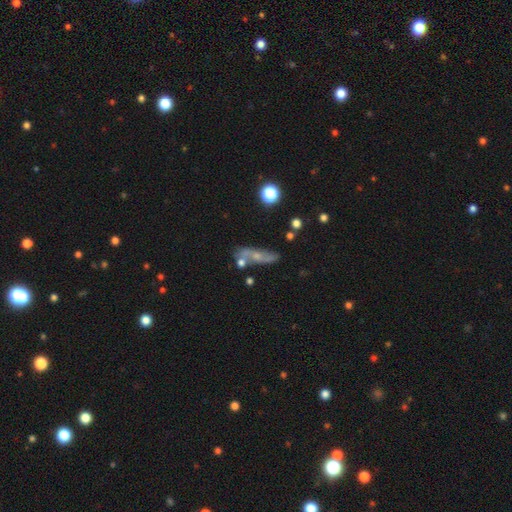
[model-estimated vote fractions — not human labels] Smooth or featured? featured or disk (51%)
Edge-on disk? no (68%)
Merging? none (53%)